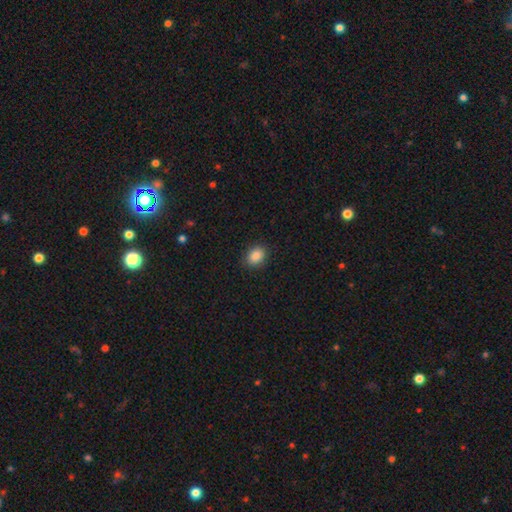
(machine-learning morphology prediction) type=smooth (89%); roundness=in between (64%); merging=none (88%).